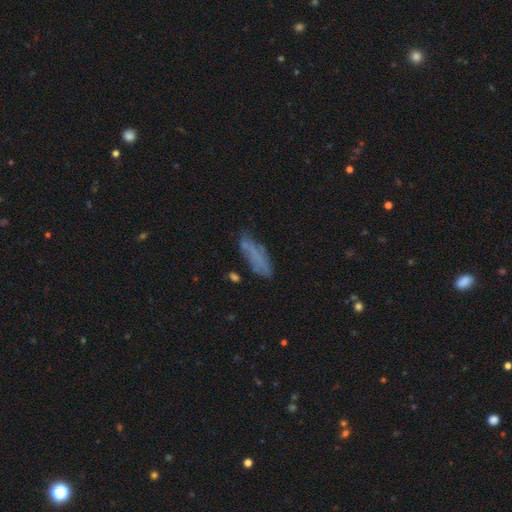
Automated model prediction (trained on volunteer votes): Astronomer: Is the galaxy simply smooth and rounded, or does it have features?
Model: smooth — 62%.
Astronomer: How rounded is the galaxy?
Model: cigar-shaped — 60% (runner-up: in between, 37%).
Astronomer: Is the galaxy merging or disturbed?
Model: none — 62%.